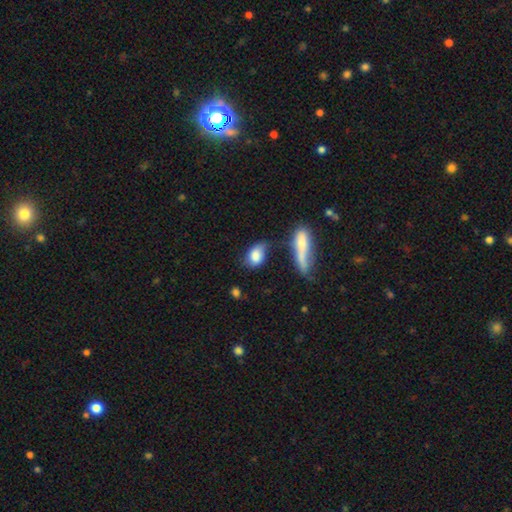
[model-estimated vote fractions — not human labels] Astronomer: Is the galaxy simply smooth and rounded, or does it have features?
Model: smooth — 79%.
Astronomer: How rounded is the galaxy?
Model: in between — 79%.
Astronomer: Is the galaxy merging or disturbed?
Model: none — 39% (runner-up: minor disturbance, 25%).